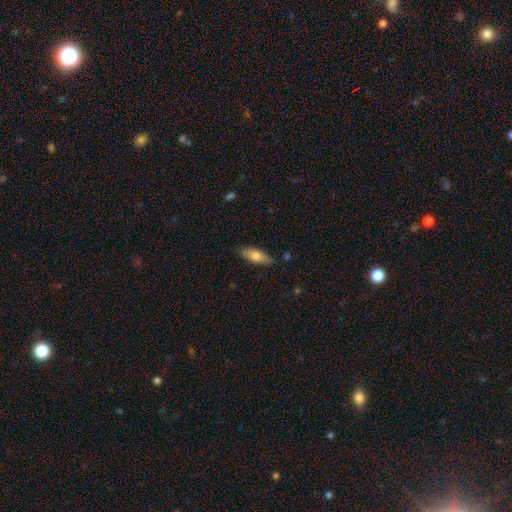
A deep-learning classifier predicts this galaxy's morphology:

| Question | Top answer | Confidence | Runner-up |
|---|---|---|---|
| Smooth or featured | smooth | 75% | featured or disk (18%) |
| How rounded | in between | 74% | cigar-shaped (24%) |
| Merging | none | 81% | minor disturbance (14%) |